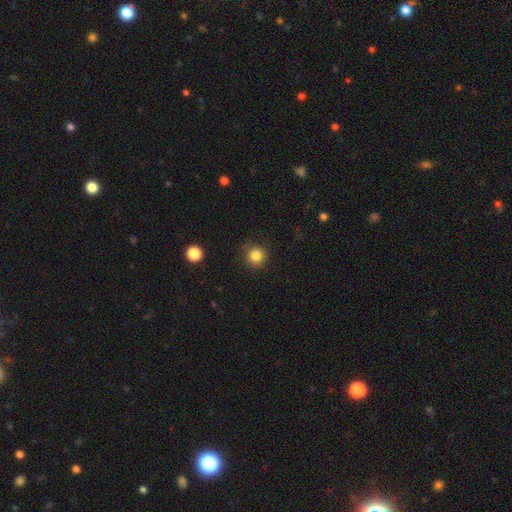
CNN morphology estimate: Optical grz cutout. It shows a smooth galaxy with no disk features (84%) that is round (93%). Merging: none (84%).